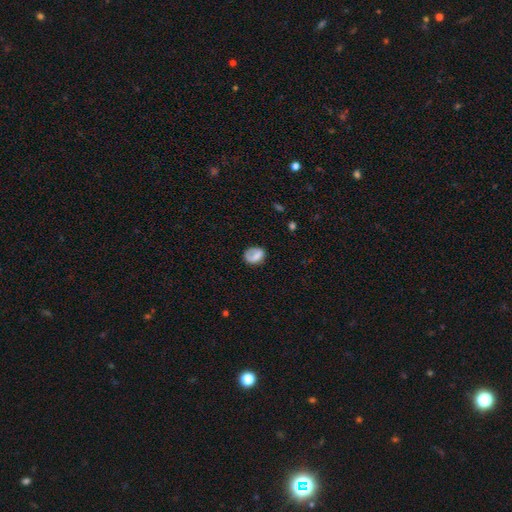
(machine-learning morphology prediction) smooth_or_featured: smooth (p=0.70) [alt: featured or disk p=0.21]
how_rounded: in between (p=0.50) [alt: round p=0.49]
merging: none (p=0.57) [alt: minor disturbance p=0.24]